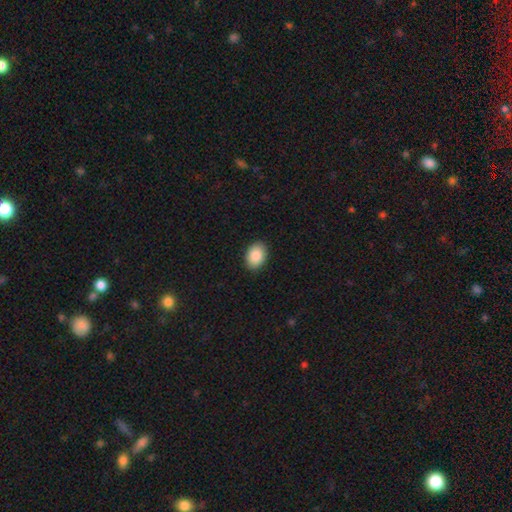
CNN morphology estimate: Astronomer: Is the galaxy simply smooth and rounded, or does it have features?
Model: smooth — 89%.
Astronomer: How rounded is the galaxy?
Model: in between — 82%.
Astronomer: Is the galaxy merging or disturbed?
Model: none — 90%.